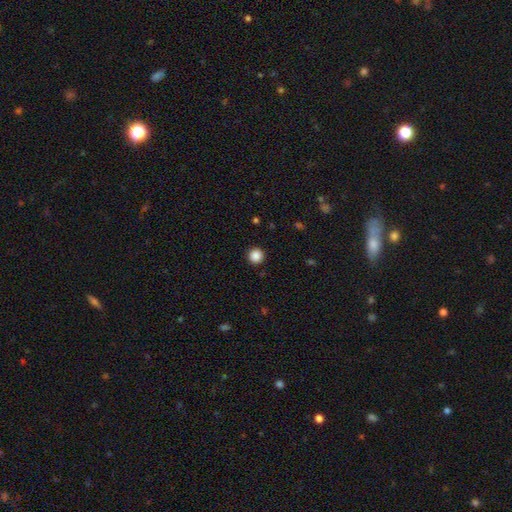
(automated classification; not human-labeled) A smooth galaxy with no disk features (87%) that is round (95%).

Vote fractions:
- Smooth or featured? smooth: 87% / star or artifact: 10% / featured or disk: 3%
- How rounded? round: 95% / in between: 4% / cigar-shaped: 1%
- Merging? none: 92% / minor disturbance: 5% / major disturbance: 2% / merger: 1%